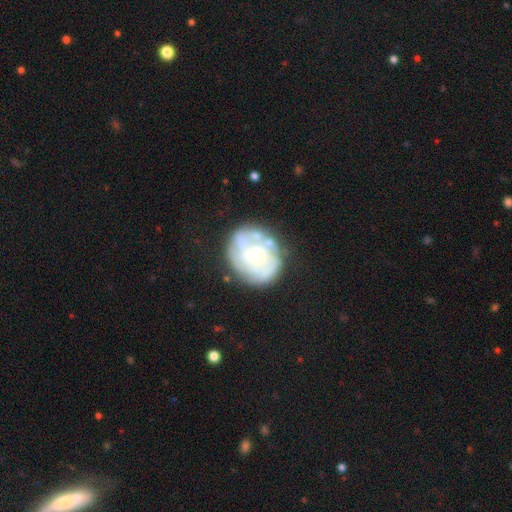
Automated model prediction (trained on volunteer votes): Morphology: type=featured or disk (67%); edge-on=no (97%); bar=no (81%); spiral arms=yes (53%); bulge=small (50%); merging=none (66%).